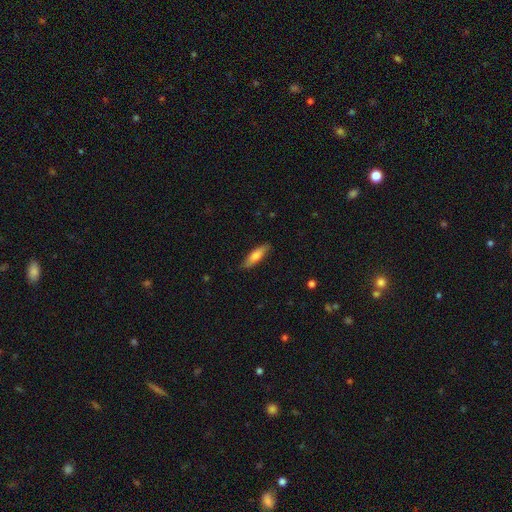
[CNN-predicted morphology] Q: Smooth or featured?
A: smooth (73%); runner-up: featured or disk (21%)
Q: How rounded?
A: cigar-shaped (61%); runner-up: in between (38%)
Q: Merging?
A: none (85%); runner-up: minor disturbance (12%)